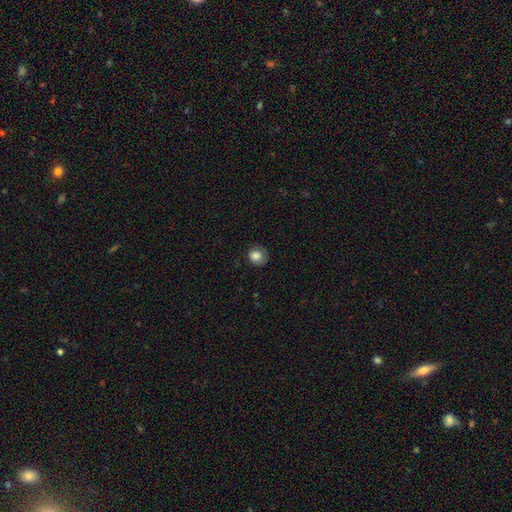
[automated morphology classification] Smooth or featured? Predicted: smooth (p=0.78). How rounded? Predicted: round (p=0.82). Merging? Predicted: none (p=0.68).